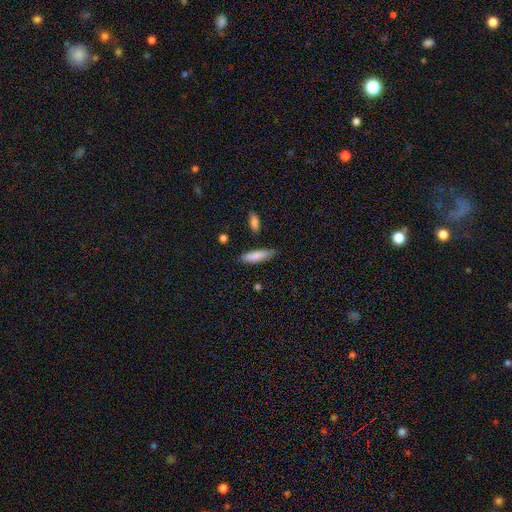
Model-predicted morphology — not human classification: Smooth or featured?
  - smooth: 83% *
  - featured or disk: 11%
  - star or artifact: 6%
How rounded?
  - cigar-shaped: 66% *
  - in between: 33%
  - round: 2%
Merging?
  - none: 80% *
  - minor disturbance: 14%
  - merger: 3%
  - major disturbance: 3%